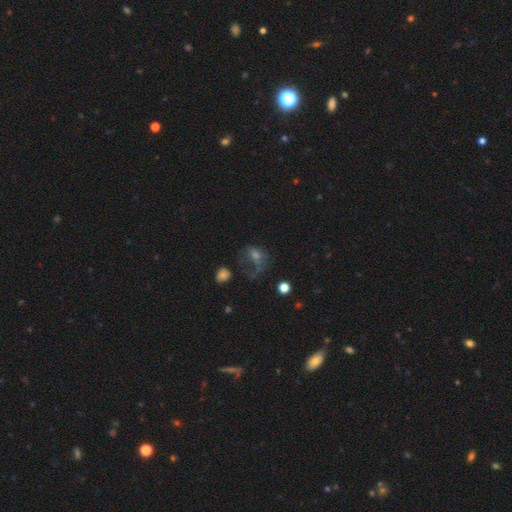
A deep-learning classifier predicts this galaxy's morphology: type=featured or disk (39%); merging=major disturbance (45%).